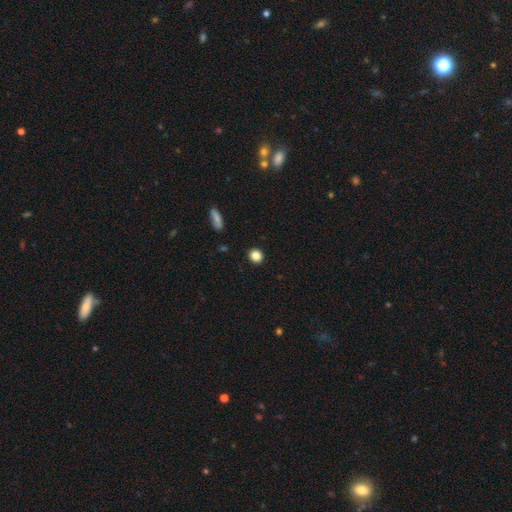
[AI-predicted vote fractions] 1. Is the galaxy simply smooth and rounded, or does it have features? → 86% smooth, 10% star or artifact, 4% featured or disk.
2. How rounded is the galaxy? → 86% round, 12% in between, 1% cigar-shaped.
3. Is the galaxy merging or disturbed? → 92% none, 5% minor disturbance, 2% major disturbance, 1% merger.